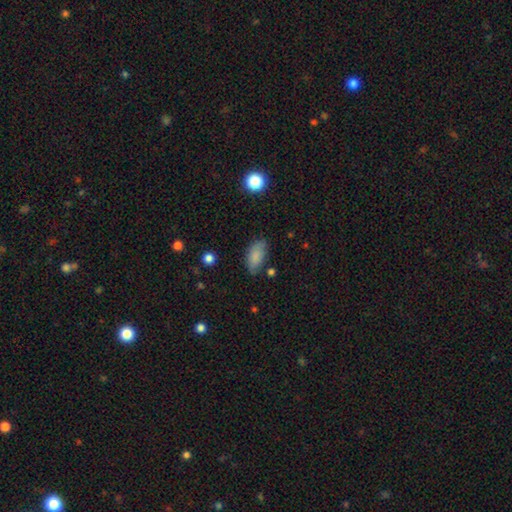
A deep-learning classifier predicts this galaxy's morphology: smooth_or_featured: smooth (p=0.83) [alt: featured or disk p=0.09]
how_rounded: in between (p=0.91) [alt: cigar-shaped p=0.06]
merging: none (p=0.75) [alt: minor disturbance p=0.18]